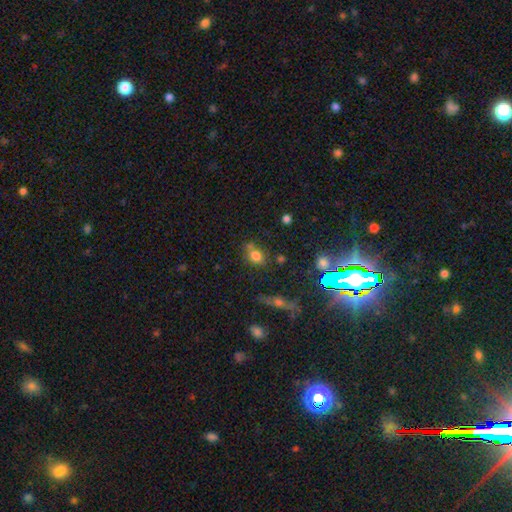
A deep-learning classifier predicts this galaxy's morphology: type=smooth (74%); roundness=in between (57%); merging=none (62%).